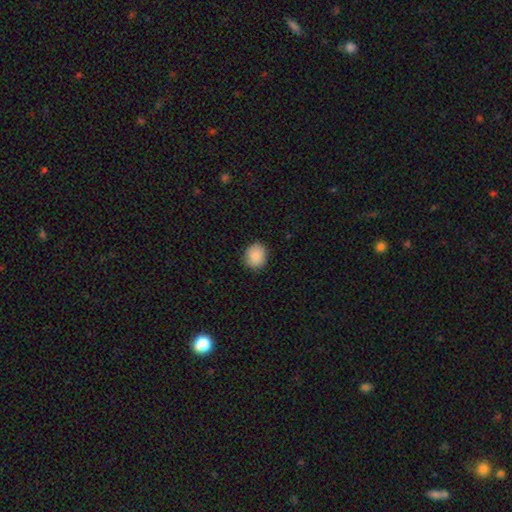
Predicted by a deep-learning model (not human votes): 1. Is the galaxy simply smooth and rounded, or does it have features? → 89% smooth, 8% star or artifact, 4% featured or disk.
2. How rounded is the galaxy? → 74% round, 25% in between, 1% cigar-shaped.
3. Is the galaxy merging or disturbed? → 89% none, 8% minor disturbance, 2% major disturbance, 1% merger.